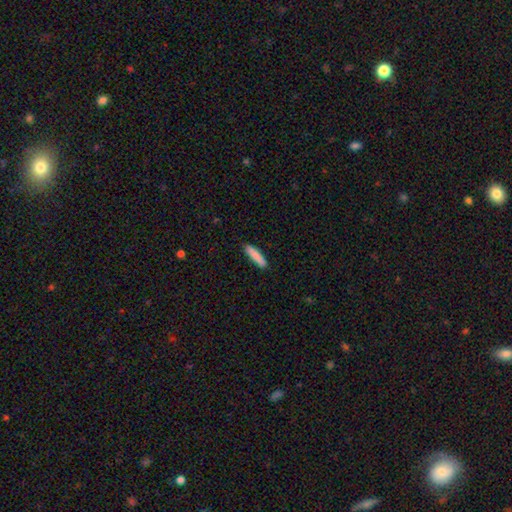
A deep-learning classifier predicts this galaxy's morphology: Overall: smooth (86%). How rounded: cigar-shaped (83%). Merging: none (88%).